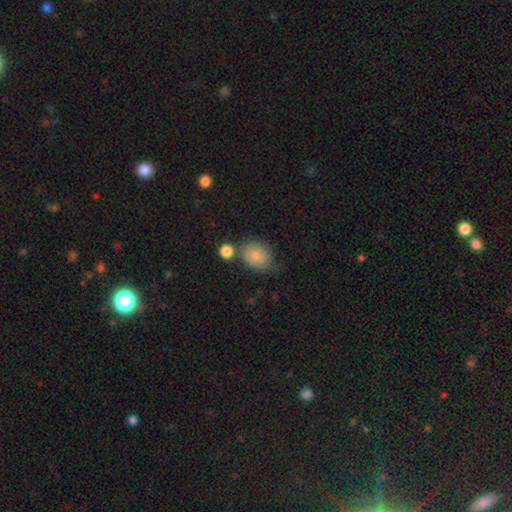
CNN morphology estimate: This appears to be a smooth galaxy with no disk features (81%) that is in between round and cigar-shaped (55%). Merging: none (51%).